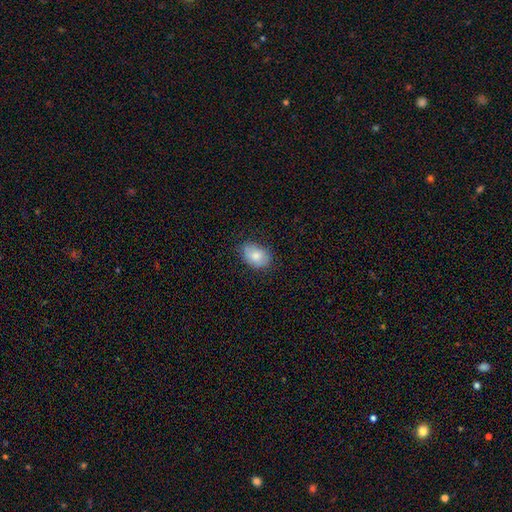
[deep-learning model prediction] Smooth or featured? Predicted: smooth (p=0.78). How rounded? Predicted: in between (p=0.81). Merging? Predicted: none (p=0.70).